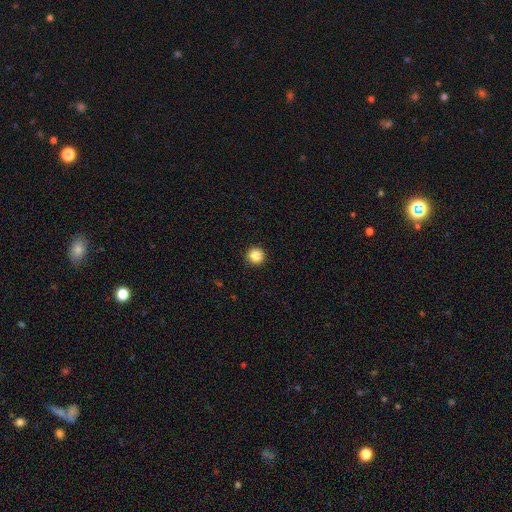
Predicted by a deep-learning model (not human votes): This appears to be a smooth galaxy with no disk features (86%) that is round (96%). Merging: none (93%).